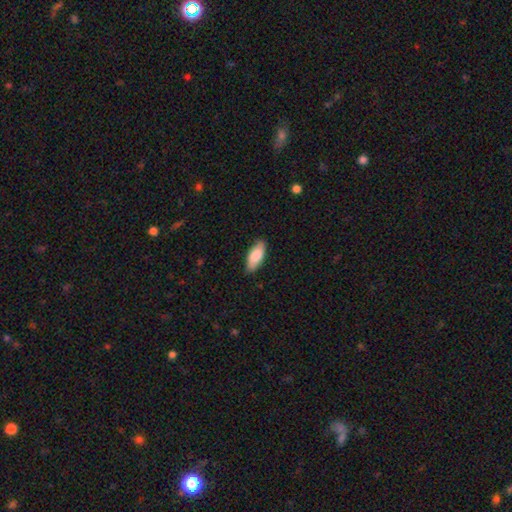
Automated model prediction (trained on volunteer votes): Smooth or featured?
  - smooth: 81% *
  - featured or disk: 13%
  - star or artifact: 5%
How rounded?
  - in between: 83% *
  - cigar-shaped: 15%
  - round: 2%
Merging?
  - none: 85% *
  - minor disturbance: 12%
  - major disturbance: 2%
  - merger: 1%